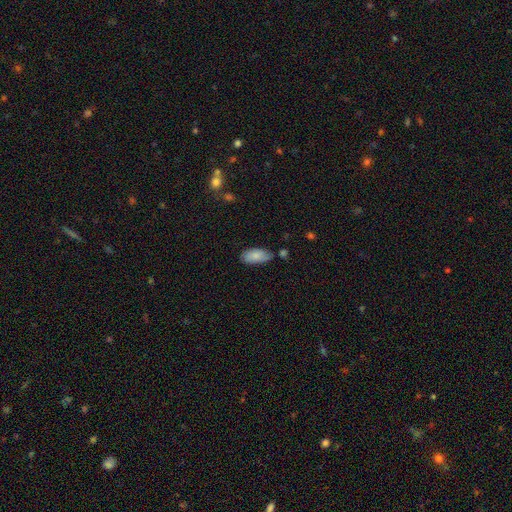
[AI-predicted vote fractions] smooth 83%, featured or disk 11%, star or artifact 6%. Down the decision tree: how rounded — in between (91%); merging — none (63%).